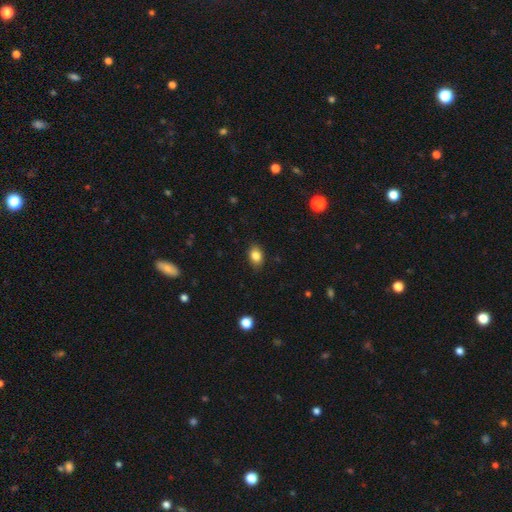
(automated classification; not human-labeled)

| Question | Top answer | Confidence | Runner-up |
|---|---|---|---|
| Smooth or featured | smooth | 85% | star or artifact (9%) |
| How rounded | in between | 76% | round (23%) |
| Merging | none | 85% | minor disturbance (11%) |